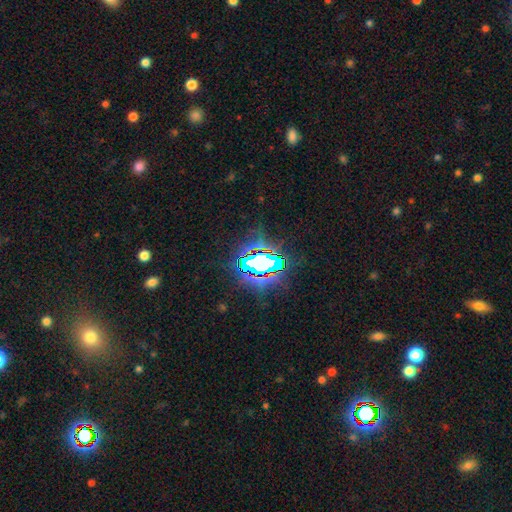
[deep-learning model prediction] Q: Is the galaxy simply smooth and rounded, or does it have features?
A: star or artifact — 79%.